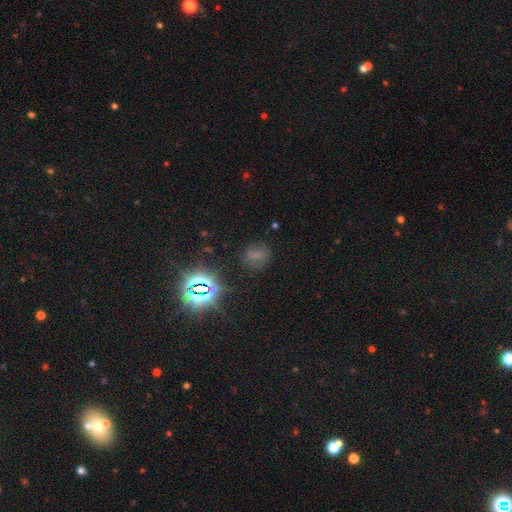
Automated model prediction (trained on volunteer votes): Smooth or featured? smooth (44%)
Merging? none (74%)